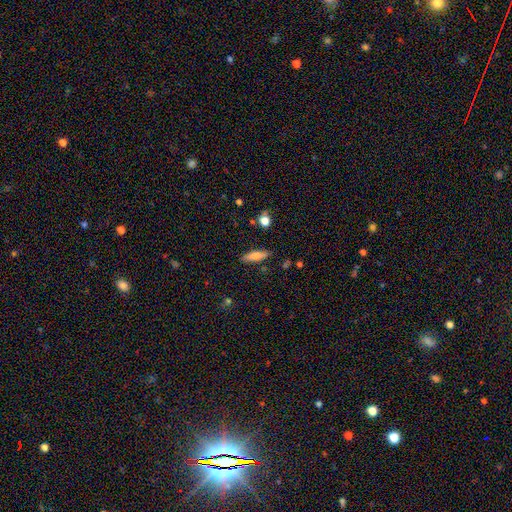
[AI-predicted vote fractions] Smooth or featured? Predicted: smooth (p=0.68). How rounded? Predicted: cigar-shaped (p=0.63). Merging? Predicted: none (p=0.85).